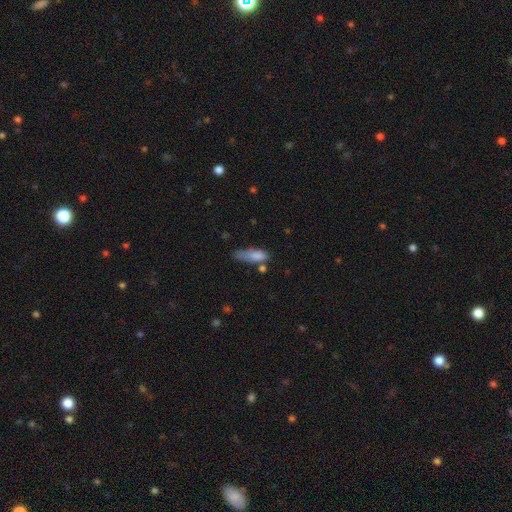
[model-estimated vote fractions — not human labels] The model was most divided on "how rounded" (2-way tie): cigar-shaped: 49%, in between: 49%, round: 2%. Remaining: smooth or featured — smooth (80%); merging — none (41%).